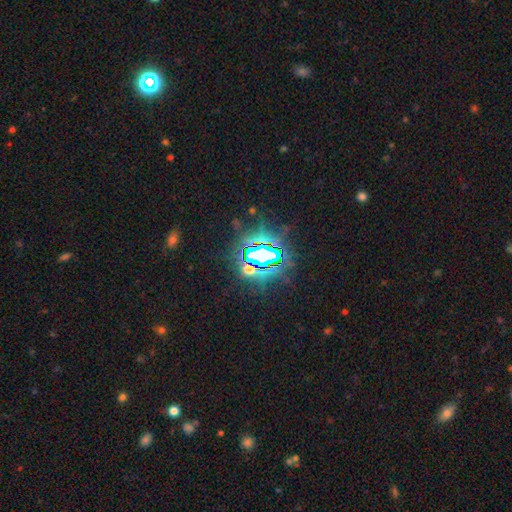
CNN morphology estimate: Smooth or featured: star or artifact — 80% (smooth — 10%)